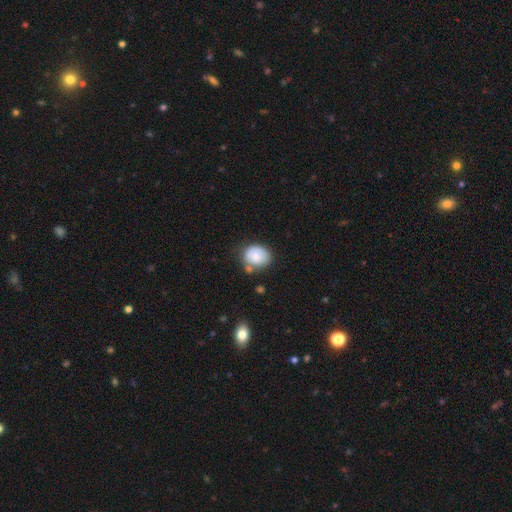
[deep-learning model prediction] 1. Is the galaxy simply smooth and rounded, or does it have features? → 77% smooth, 15% featured or disk, 8% star or artifact.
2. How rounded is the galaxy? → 56% round, 43% in between, 1% cigar-shaped.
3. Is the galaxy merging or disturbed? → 59% none, 25% minor disturbance, 10% merger, 7% major disturbance.